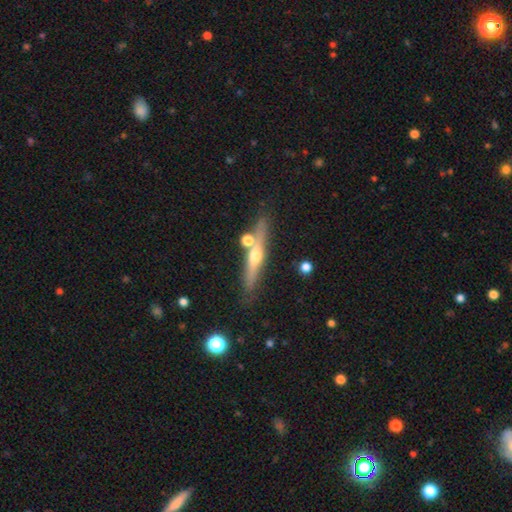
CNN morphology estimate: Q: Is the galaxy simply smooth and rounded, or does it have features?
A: featured or disk — 62%.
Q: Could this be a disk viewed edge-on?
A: yes — 93%.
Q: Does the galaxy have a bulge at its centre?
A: rounded — 91%.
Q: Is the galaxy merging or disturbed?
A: none — 75%.